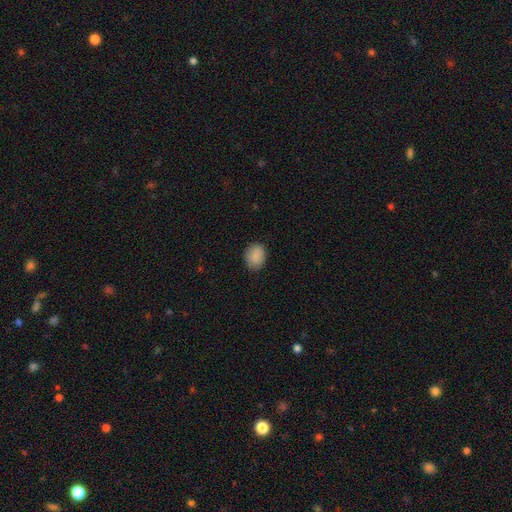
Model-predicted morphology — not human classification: The model was most divided on "how rounded": in between: 54%, round: 45%, cigar-shaped: 1%. More confident: smooth or featured — smooth (88%); merging — none (83%).